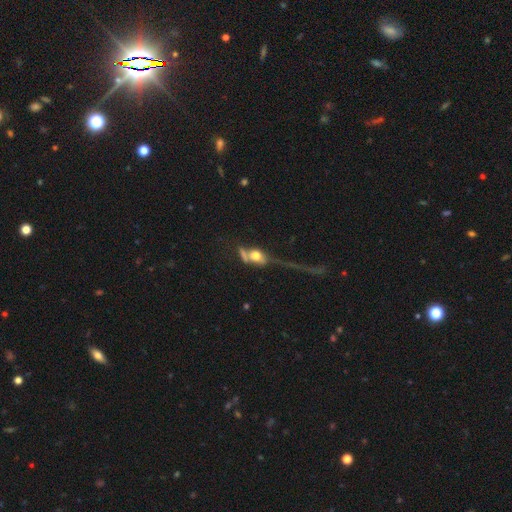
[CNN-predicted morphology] This appears to be a smooth galaxy with no disk features (51%) that is in between round and cigar-shaped (58%). Merging: major disturbance (39%).